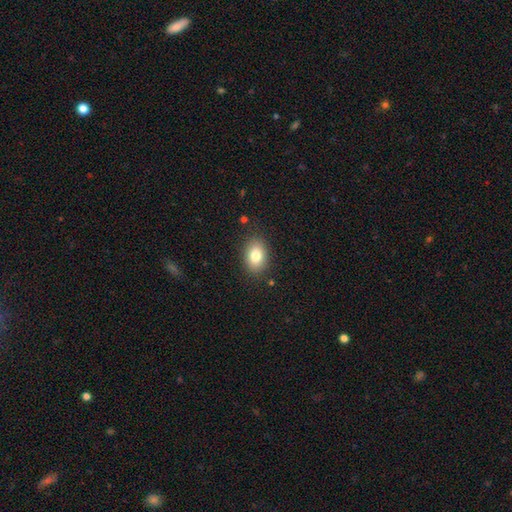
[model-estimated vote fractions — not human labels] smooth 81%, featured or disk 10%, star or artifact 9%. Down the decision tree: how rounded — in between (78%); merging — none (86%).